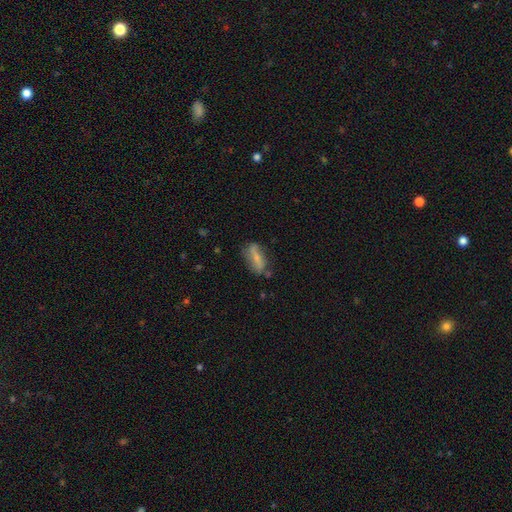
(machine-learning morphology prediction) smooth_or_featured: smooth (p=0.47) [alt: featured or disk p=0.42]
merging: none (p=0.70) [alt: minor disturbance p=0.20]